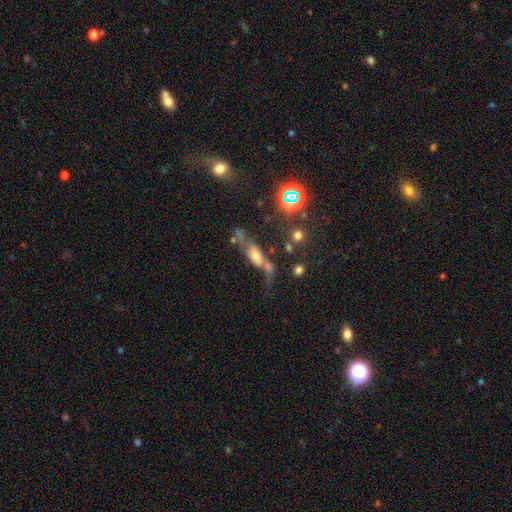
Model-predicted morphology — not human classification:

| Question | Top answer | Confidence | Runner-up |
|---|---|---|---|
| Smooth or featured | featured or disk | 44% | smooth (39%) |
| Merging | none | 31% | merger (27%) |